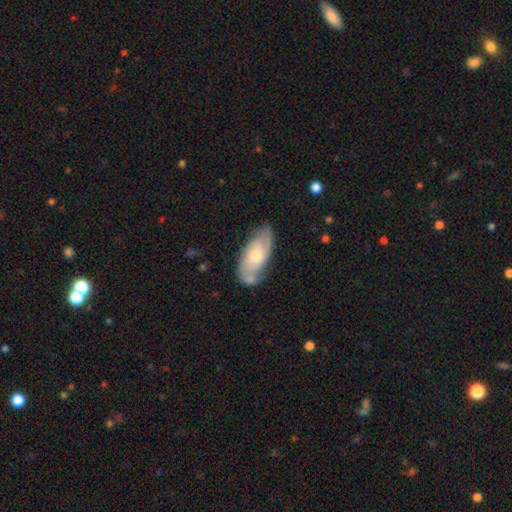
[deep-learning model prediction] Morphology: type=featured or disk (51%); edge-on=no (89%); merging=none (60%).